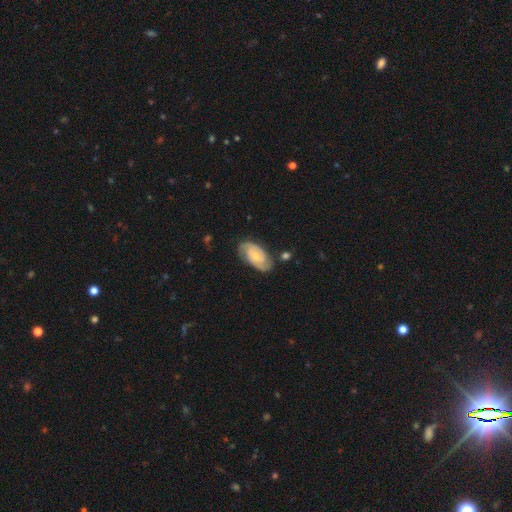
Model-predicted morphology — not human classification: This is likely a featured or disk galaxy (75%). It is clearly not viewed edge-on (96%). Bar: likely no (65%). Spiral arm pattern: clearly yes (94%). Spiral arm count: clearly 2 (82%). Spiral winding: possibly tight (53%). Central bulge: possibly small (59%). Merging: likely none (76%).